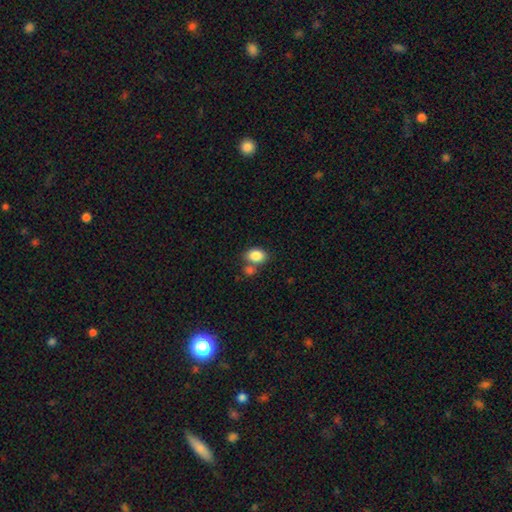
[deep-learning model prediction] The model was most divided on "merging": none: 55%, merger: 30%, minor disturbance: 12%, major disturbance: 4%. More confident: smooth or featured — smooth (86%); how rounded — in between (72%).